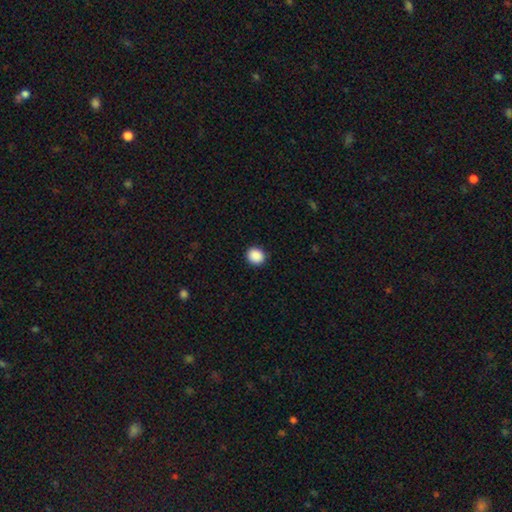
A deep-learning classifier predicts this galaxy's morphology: A smooth galaxy with no disk features (90%) that is round (83%). Merging: none (91%).